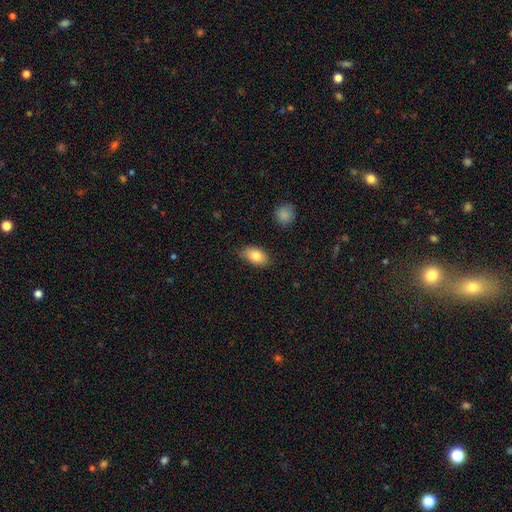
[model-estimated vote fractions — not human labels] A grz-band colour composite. It shows a smooth galaxy with no disk features (82%) that is in between round and cigar-shaped (91%). Merging: none (79%).